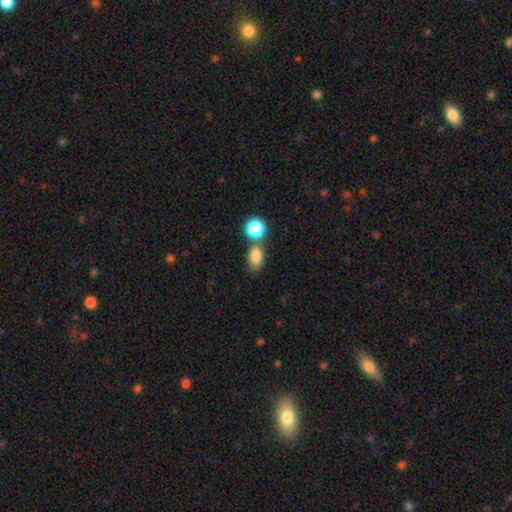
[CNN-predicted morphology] This is clearly a smooth galaxy (81%). How rounded: likely in between (80%). Merging: possibly none (59%).